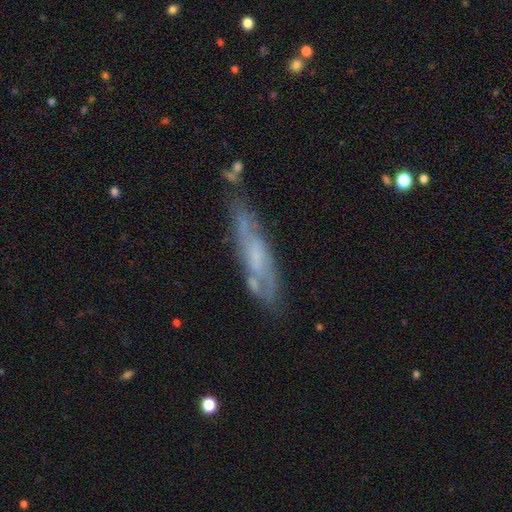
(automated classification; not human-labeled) A featured or disk galaxy (61%). Merging: none (63%).